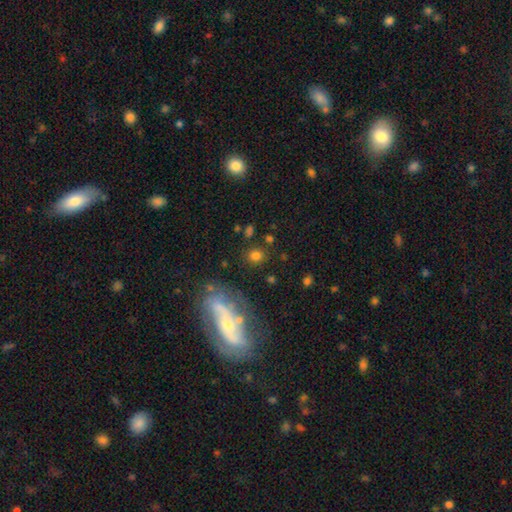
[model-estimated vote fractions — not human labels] This appears to be a smooth galaxy with no disk features (76%) that is round (75%). Merging: none (83%).